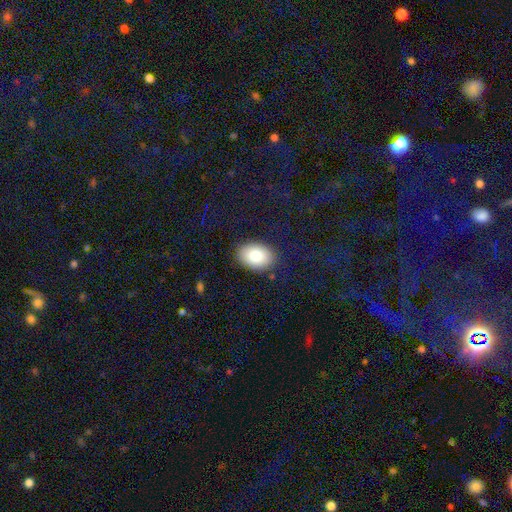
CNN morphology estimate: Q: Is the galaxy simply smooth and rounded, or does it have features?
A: smooth — 84%.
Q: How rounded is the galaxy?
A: in between — 85%.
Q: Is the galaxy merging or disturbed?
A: none — 86%.